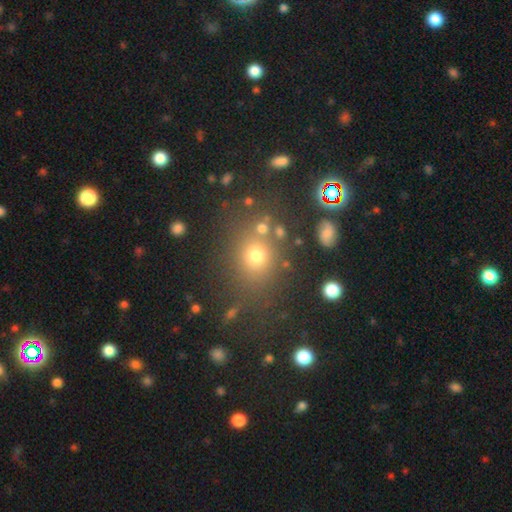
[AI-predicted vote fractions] This appears to be a smooth galaxy with no disk features (67%) that is round (71%). Merging: none (74%).